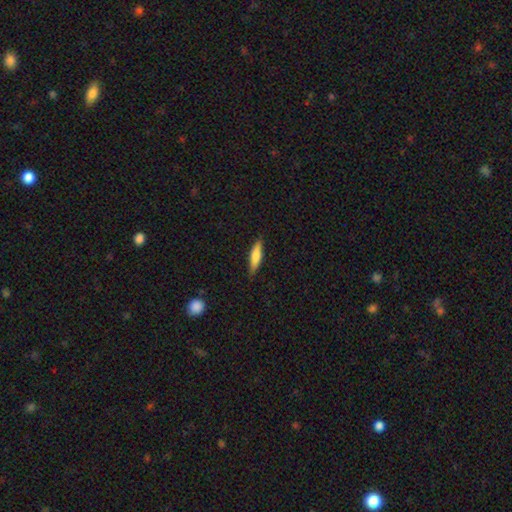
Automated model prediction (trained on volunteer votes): Q: Smooth or featured?
A: smooth (70%); runner-up: featured or disk (23%)
Q: How rounded?
A: cigar-shaped (71%); runner-up: in between (27%)
Q: Merging?
A: none (84%); runner-up: minor disturbance (12%)